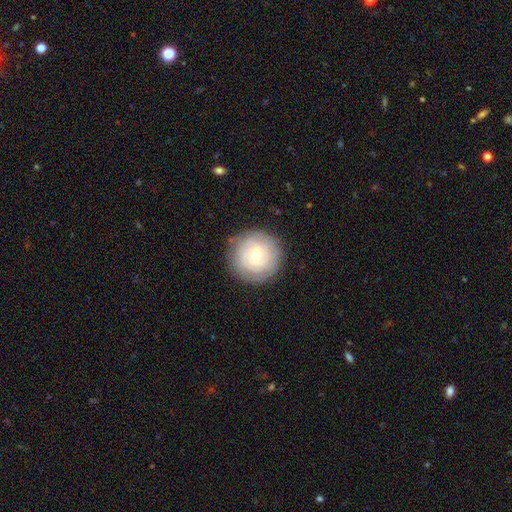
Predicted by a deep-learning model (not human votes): This is possibly a smooth galaxy (51%). How rounded: clearly round (95%). Merging: clearly none (85%).